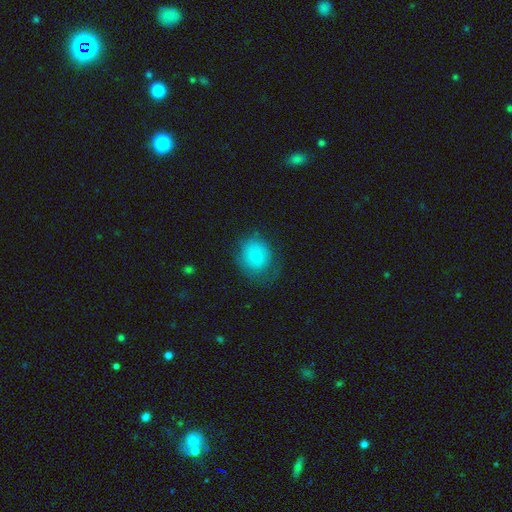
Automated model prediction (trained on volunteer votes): Smooth or featured? smooth (78%)
How rounded? round (70%)
Merging? none (64%)